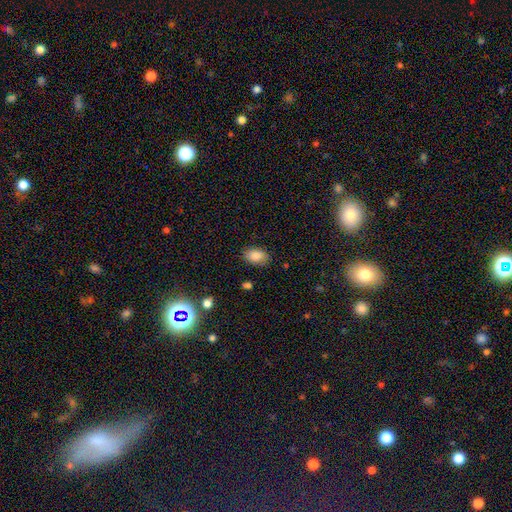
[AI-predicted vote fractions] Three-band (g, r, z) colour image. It shows a smooth galaxy with no disk features (85%) that is in between round and cigar-shaped (88%). Merging: none (84%).